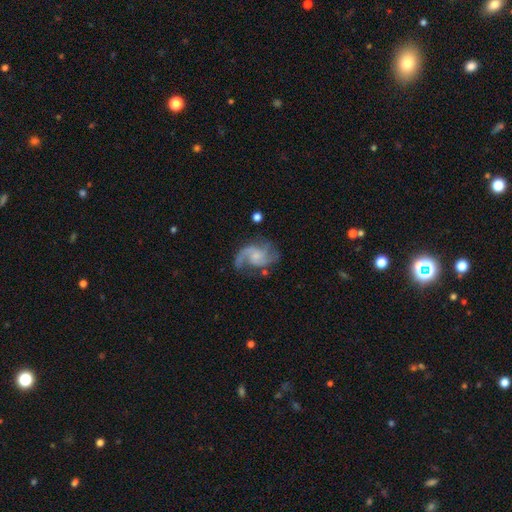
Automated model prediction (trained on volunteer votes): Morphology: type=featured or disk (85%); edge-on=no (98%); bar=no (62%); spiral arms=yes (96%); winding=medium (48%); arm count=2 (70%); bulge=small (56%); merging=none (60%).